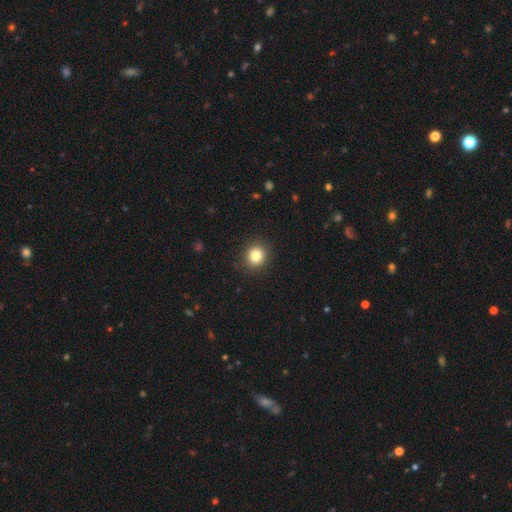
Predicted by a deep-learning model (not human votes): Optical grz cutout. It shows a smooth galaxy with no disk features (83%) that is round (89%). Merging: none (91%).